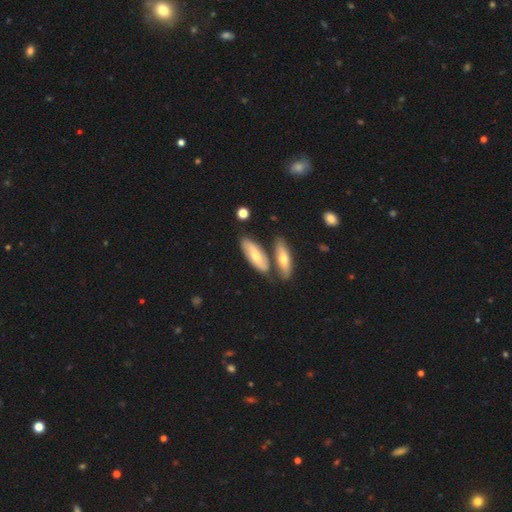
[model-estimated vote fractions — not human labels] smooth 59%, featured or disk 36%, star or artifact 6%. Down the decision tree: how rounded — in between (65%); merging — none (61%).